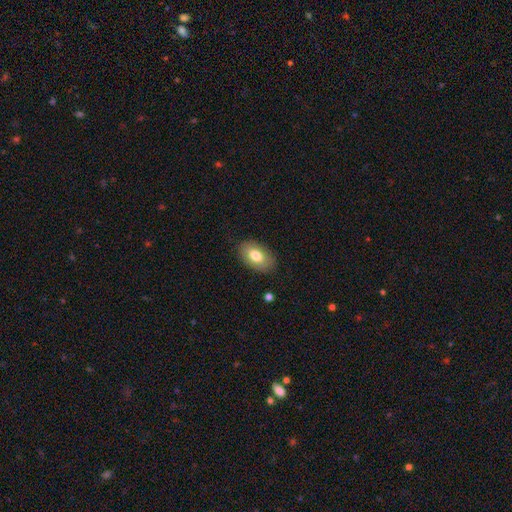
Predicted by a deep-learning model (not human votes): smooth_or_featured: smooth (p=0.76) [alt: featured or disk p=0.17]
how_rounded: in between (p=0.91) [alt: round p=0.08]
merging: none (p=0.85) [alt: minor disturbance p=0.11]